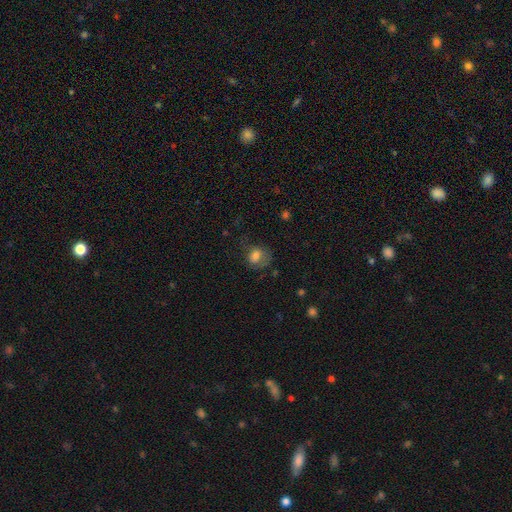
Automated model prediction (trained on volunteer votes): smooth 72%, featured or disk 17%, star or artifact 11%. Down the decision tree: how rounded — round (53%); merging — none (45%).